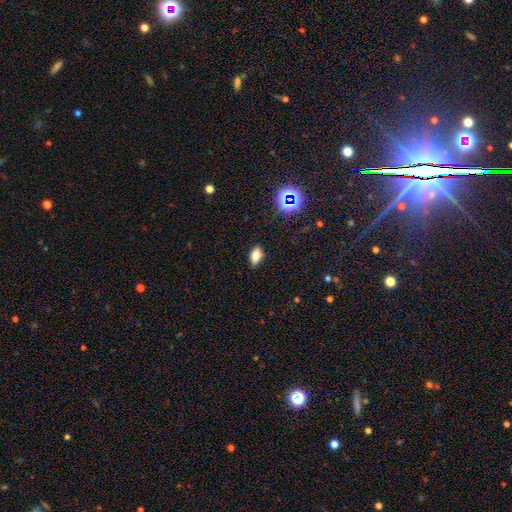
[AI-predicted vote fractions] Smooth or featured? Predicted: smooth (p=0.72). How rounded? Predicted: in between (p=0.86). Merging? Predicted: none (p=0.88).